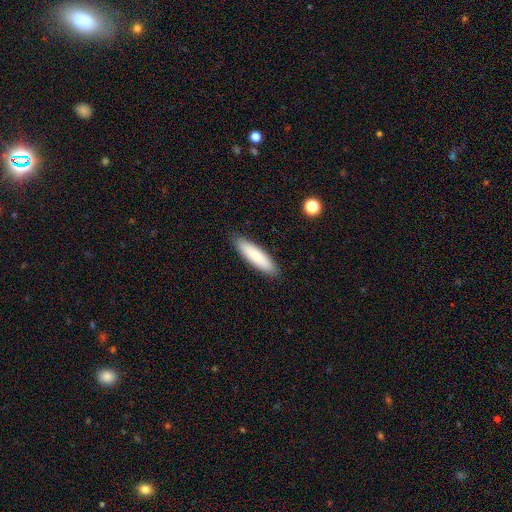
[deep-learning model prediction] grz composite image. It shows a smooth galaxy with no disk features (83%) that is cigar-shaped (69%). Merging: none (90%).